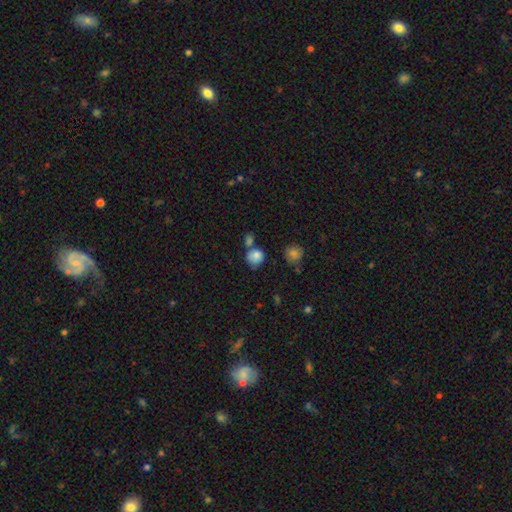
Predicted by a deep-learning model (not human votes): smooth_or_featured: smooth (p=0.80) [alt: star or artifact p=0.10]
how_rounded: round (p=0.80) [alt: in between p=0.19]
merging: none (p=0.57) [alt: merger p=0.21]